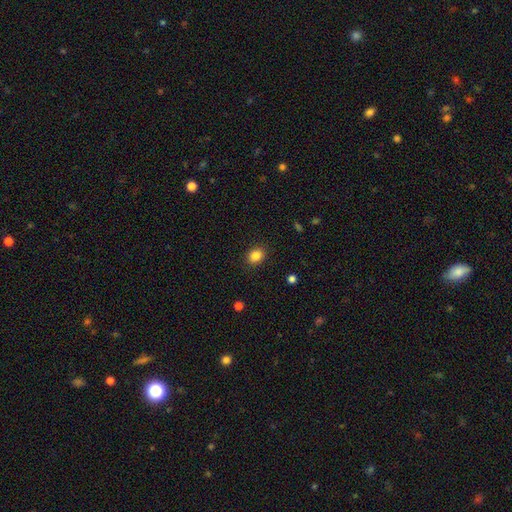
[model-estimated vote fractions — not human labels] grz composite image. It shows a smooth galaxy with no disk features (86%) that is in between round and cigar-shaped (50%, tied with round). Merging: none (89%).